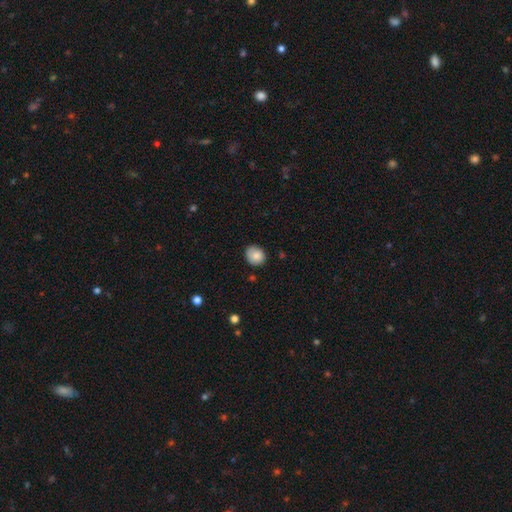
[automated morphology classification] A smooth galaxy with no disk features (83%) that is round (71%).

Vote fractions:
- Smooth or featured? smooth: 83% / featured or disk: 8% / star or artifact: 8%
- How rounded? round: 71% / in between: 28% / cigar-shaped: 1%
- Merging? none: 77% / minor disturbance: 19% / major disturbance: 3% / merger: 2%